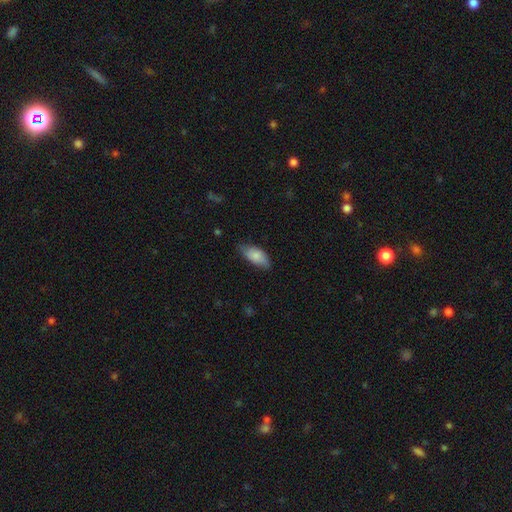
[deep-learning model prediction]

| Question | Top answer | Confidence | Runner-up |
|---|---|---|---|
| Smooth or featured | smooth | 82% | featured or disk (12%) |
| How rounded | in between | 88% | cigar-shaped (10%) |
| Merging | none | 66% | minor disturbance (28%) |